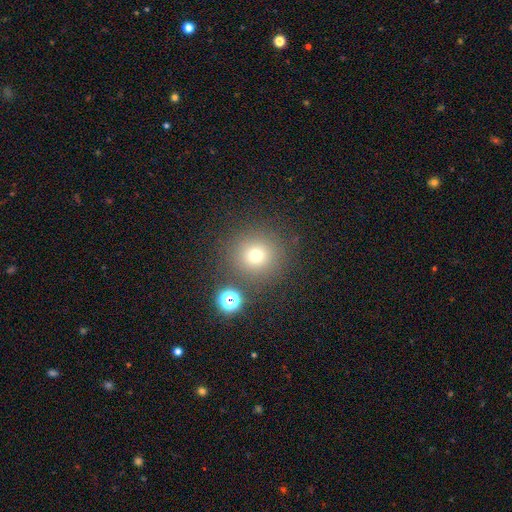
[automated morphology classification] This appears to be a smooth galaxy with no disk features (72%) that is round (94%). Merging: none (84%).